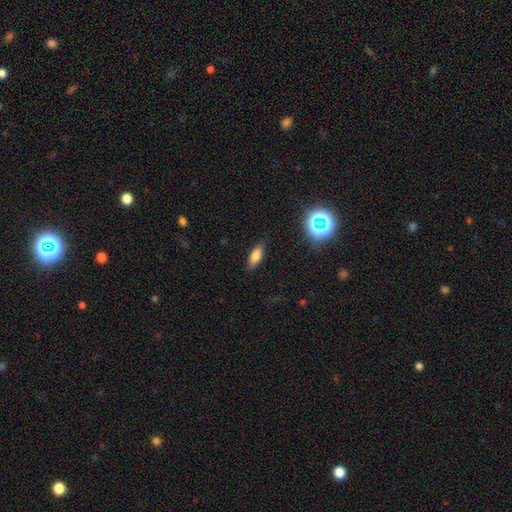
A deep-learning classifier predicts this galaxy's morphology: A smooth galaxy with no disk features (74%) that is in between round and cigar-shaped (68%).

Vote fractions:
- Smooth or featured? smooth: 74% / featured or disk: 14% / star or artifact: 12%
- How rounded? in between: 68% / cigar-shaped: 28% / round: 4%
- Merging? none: 83% / minor disturbance: 13% / major disturbance: 3% / merger: 1%